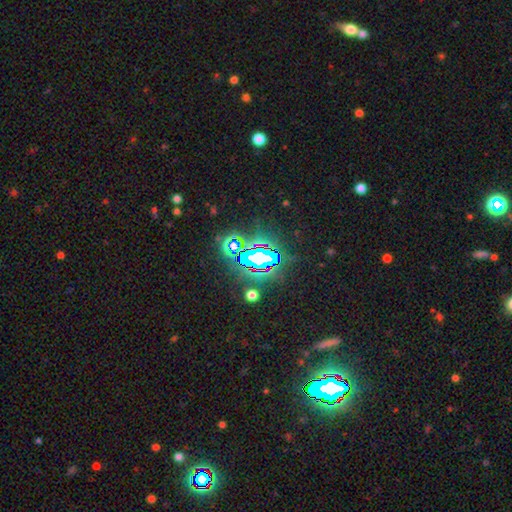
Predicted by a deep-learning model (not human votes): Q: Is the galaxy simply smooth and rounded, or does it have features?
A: star or artifact — 76%.